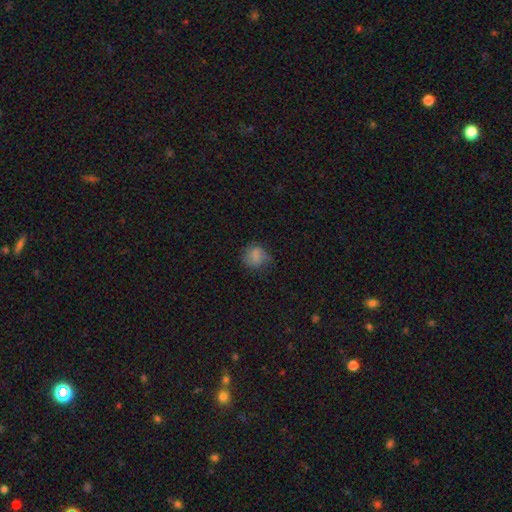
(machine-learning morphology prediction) Smooth or featured: smooth — 78% (featured or disk — 12%)
How rounded: round — 76% (in between — 23%)
Merging: none — 61% (minor disturbance — 27%)